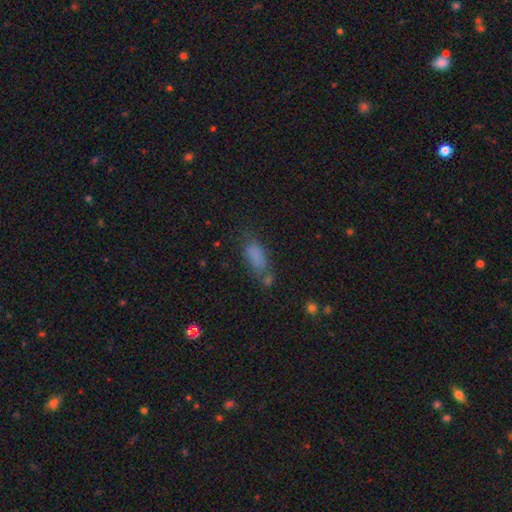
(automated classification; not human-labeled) This is likely a smooth galaxy (76%). How rounded: likely in between (77%). Merging: possibly none (48%).